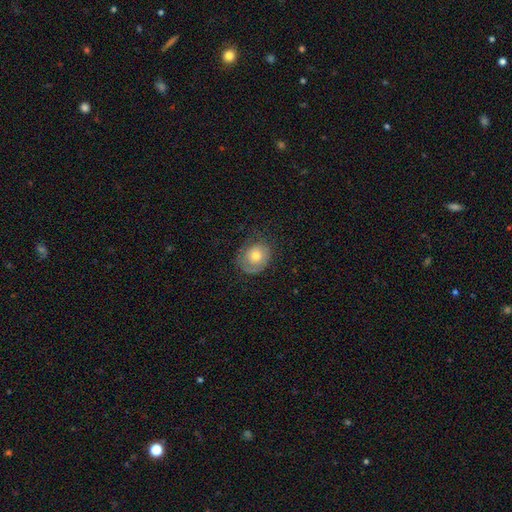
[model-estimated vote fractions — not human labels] smooth 54%, featured or disk 38%, star or artifact 8%. Down the decision tree: how rounded — round (68%); merging — none (66%).